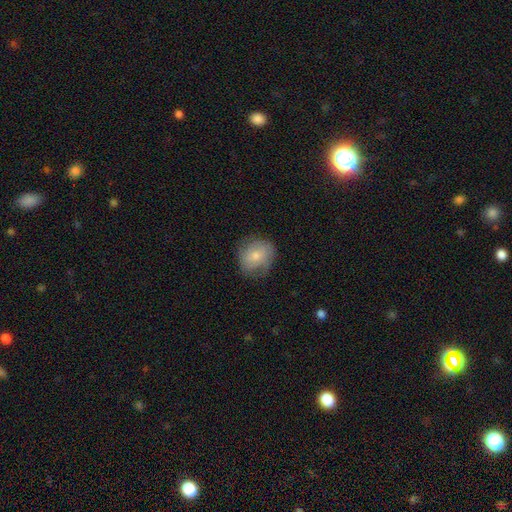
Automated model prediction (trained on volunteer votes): smooth-or-featured: smooth: 69% | featured or disk: 24% | star or artifact: 7%
  how-rounded: round: 70% | in between: 29% | cigar-shaped: 1%
  merging: none: 69% | minor disturbance: 23% | major disturbance: 7% | merger: 1%